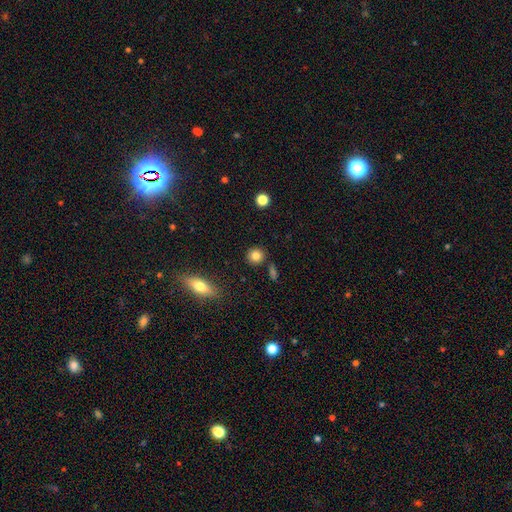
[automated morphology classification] Overall: smooth (83%). How rounded: round (89%). Merging: none (87%).